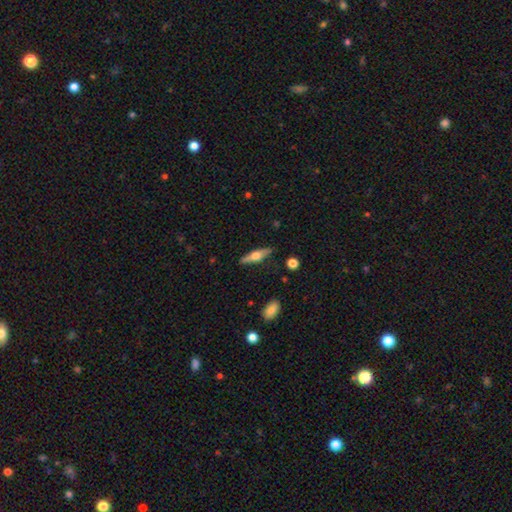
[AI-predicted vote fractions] A featured or disk galaxy (53%) viewed edge-on (93%). Merging: none (85%).